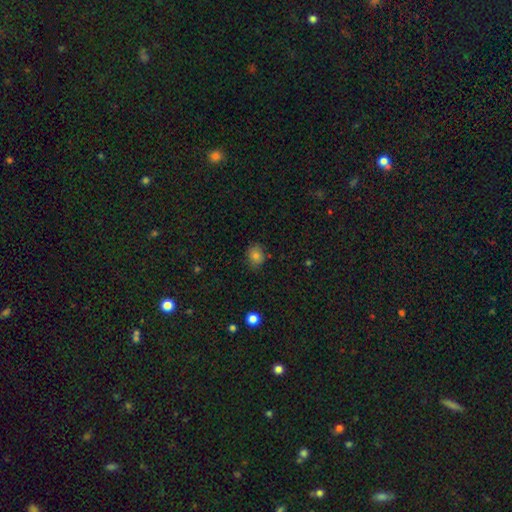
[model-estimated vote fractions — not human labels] A smooth galaxy with no disk features (81%) that is round (58%). Merging: none (79%).